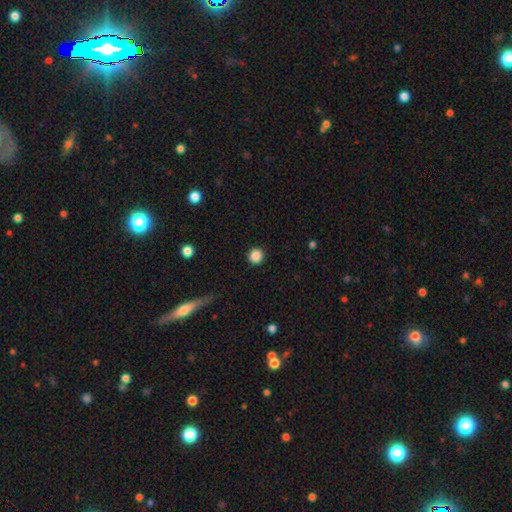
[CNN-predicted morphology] Overall: smooth (87%). How rounded: round (95%). Merging: none (91%).